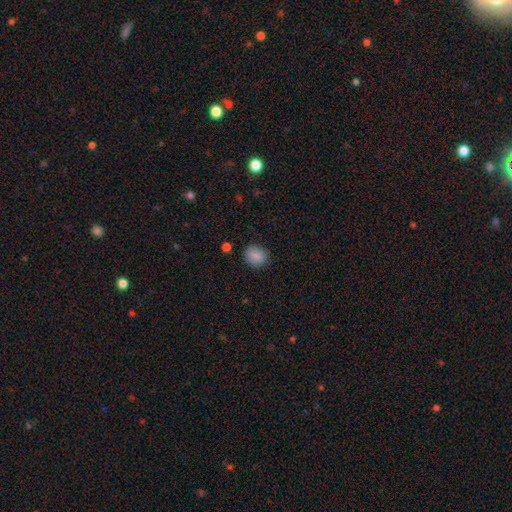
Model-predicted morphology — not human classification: smooth-or-featured: smooth: 87% | star or artifact: 9% | featured or disk: 4%
  how-rounded: round: 70% | in between: 29% | cigar-shaped: 1%
  merging: none: 85% | minor disturbance: 11% | major disturbance: 3% | merger: 2%